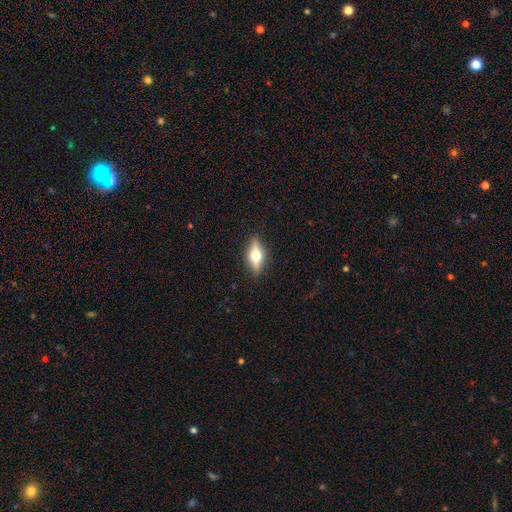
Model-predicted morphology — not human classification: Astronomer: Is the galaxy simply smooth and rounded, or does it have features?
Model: featured or disk — 53% (runner-up: smooth, 40%).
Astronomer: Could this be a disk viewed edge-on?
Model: yes — 90%.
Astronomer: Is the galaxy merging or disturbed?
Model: none — 88%.